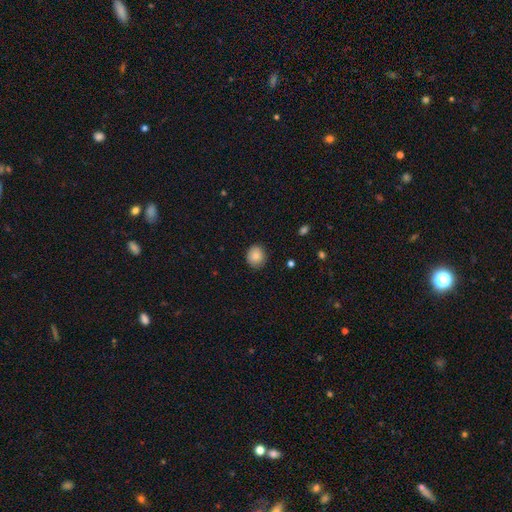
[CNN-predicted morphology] This appears to be a smooth galaxy with no disk features (84%) that is round (80%). Merging: none (87%).